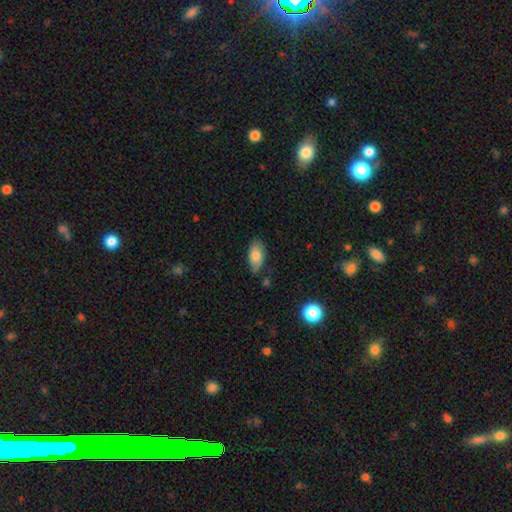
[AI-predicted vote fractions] A smooth galaxy with no disk features (81%) that is in between round and cigar-shaped (92%).

Vote fractions:
- Smooth or featured? smooth: 81% / featured or disk: 12% / star or artifact: 7%
- How rounded? in between: 92% / cigar-shaped: 5% / round: 3%
- Merging? none: 70% / minor disturbance: 23% / major disturbance: 4% / merger: 3%